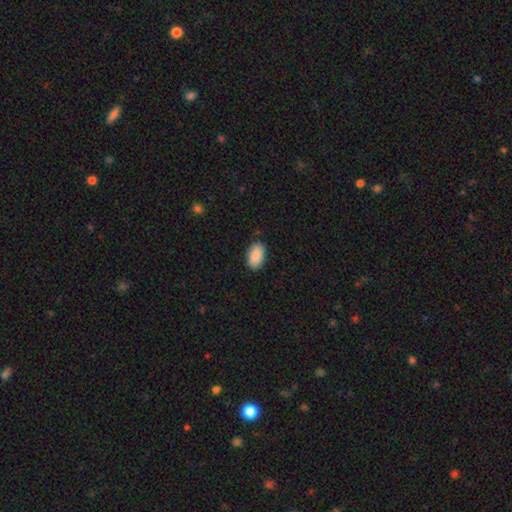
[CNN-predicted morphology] Smooth or featured?
  - smooth: 90% *
  - star or artifact: 6%
  - featured or disk: 3%
How rounded?
  - in between: 94% *
  - round: 5%
  - cigar-shaped: 1%
Merging?
  - none: 86% *
  - minor disturbance: 11%
  - major disturbance: 2%
  - merger: 1%